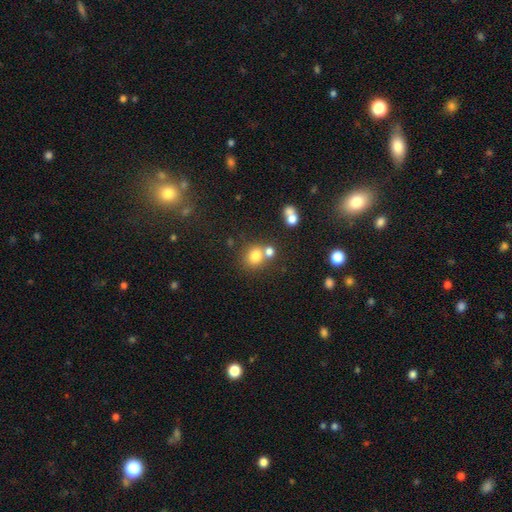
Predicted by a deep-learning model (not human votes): Overall: smooth (77%). How rounded: round (78%). Merging: none (56%; merger 30%).